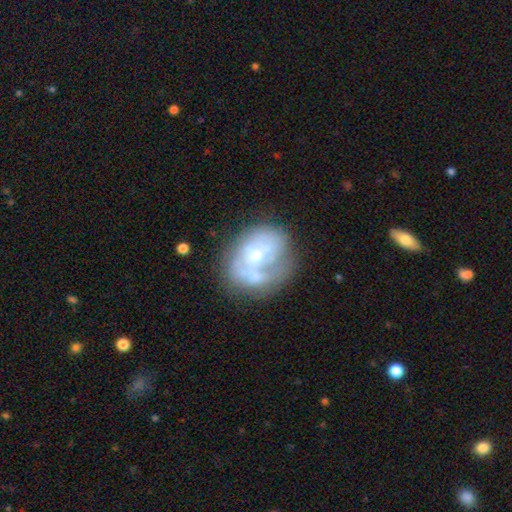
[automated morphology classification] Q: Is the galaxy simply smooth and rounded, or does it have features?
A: featured or disk — 63%.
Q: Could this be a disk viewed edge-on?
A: no — 98%.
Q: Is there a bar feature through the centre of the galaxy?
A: no — 81%.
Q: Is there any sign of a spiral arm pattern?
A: no — 57%.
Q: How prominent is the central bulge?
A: small — 53%.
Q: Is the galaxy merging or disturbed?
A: none — 39%.